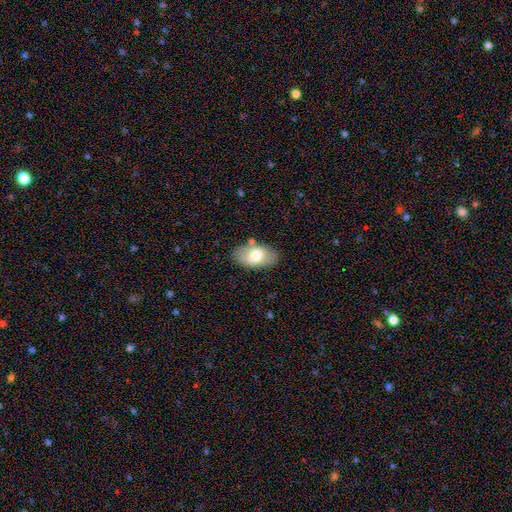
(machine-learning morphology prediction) Smooth or featured? Predicted: smooth (p=0.68). How rounded? Predicted: in between (p=0.94). Merging? Predicted: none (p=0.79).